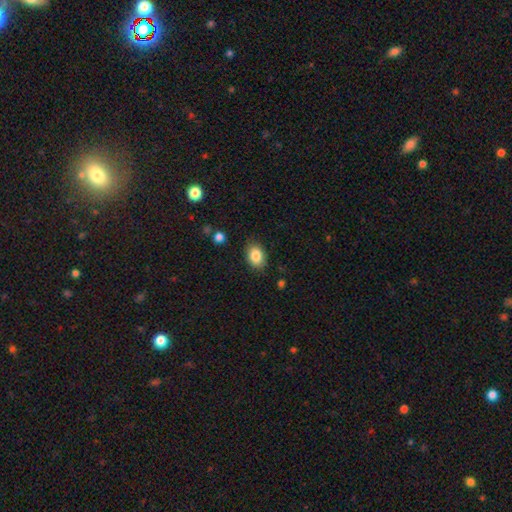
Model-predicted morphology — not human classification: The model was most divided on "how rounded": in between: 76%, round: 23%, cigar-shaped: 1%. More confident: smooth or featured — smooth (85%); merging — none (84%).